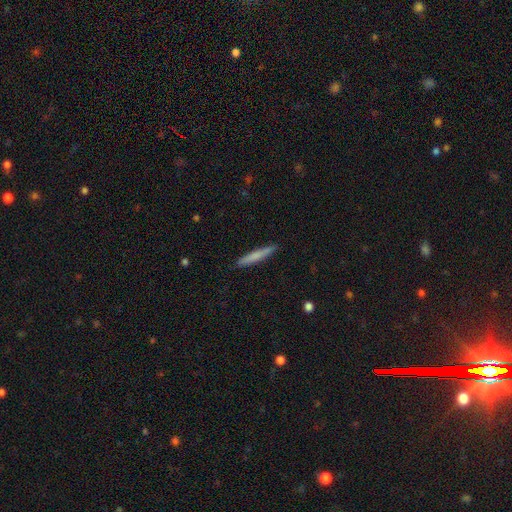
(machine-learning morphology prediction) Q: Smooth or featured?
A: smooth (72%); runner-up: featured or disk (23%)
Q: How rounded?
A: cigar-shaped (95%); runner-up: in between (3%)
Q: Merging?
A: none (91%); runner-up: minor disturbance (7%)